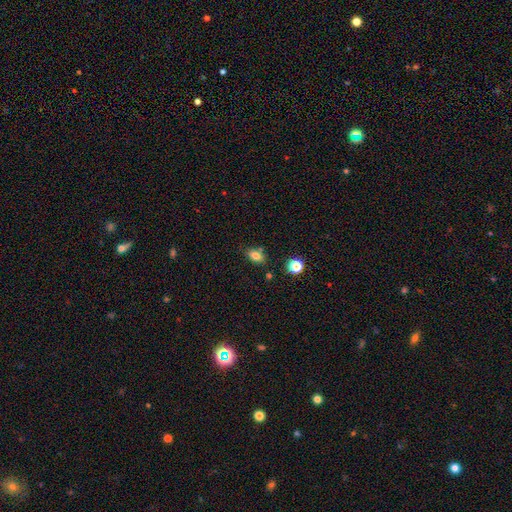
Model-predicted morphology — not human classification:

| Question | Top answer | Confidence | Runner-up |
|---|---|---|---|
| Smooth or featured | smooth | 80% | star or artifact (11%) |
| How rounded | in between | 83% | round (14%) |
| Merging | none | 75% | minor disturbance (14%) |